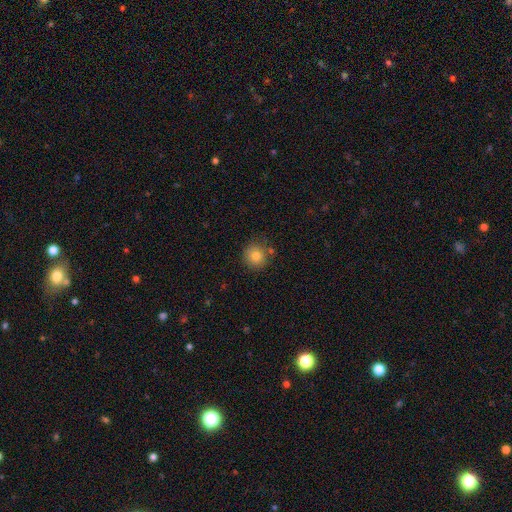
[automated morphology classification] smooth-or-featured: smooth: 81% | star or artifact: 11% | featured or disk: 8%
  how-rounded: round: 93% | in between: 6% | cigar-shaped: 1%
  merging: none: 81% | minor disturbance: 11% | merger: 5% | major disturbance: 3%